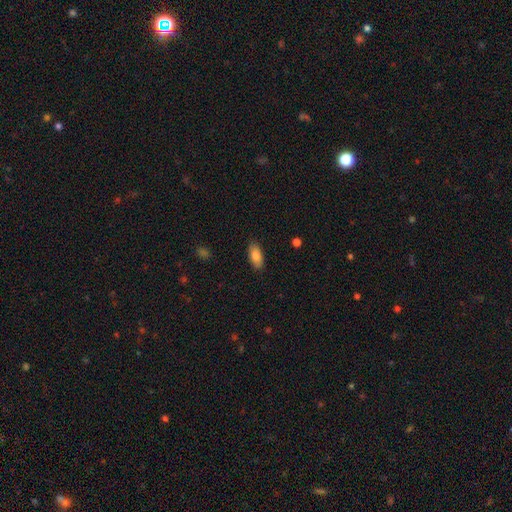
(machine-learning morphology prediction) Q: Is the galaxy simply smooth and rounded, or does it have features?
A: smooth — 84%.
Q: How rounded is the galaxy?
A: in between — 85%.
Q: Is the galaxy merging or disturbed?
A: none — 87%.